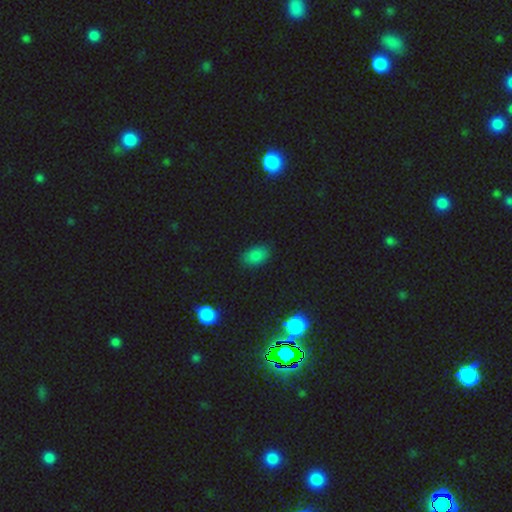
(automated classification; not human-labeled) Q: Smooth or featured?
A: smooth (80%); runner-up: star or artifact (15%)
Q: How rounded?
A: in between (87%); runner-up: round (11%)
Q: Merging?
A: none (84%); runner-up: minor disturbance (12%)